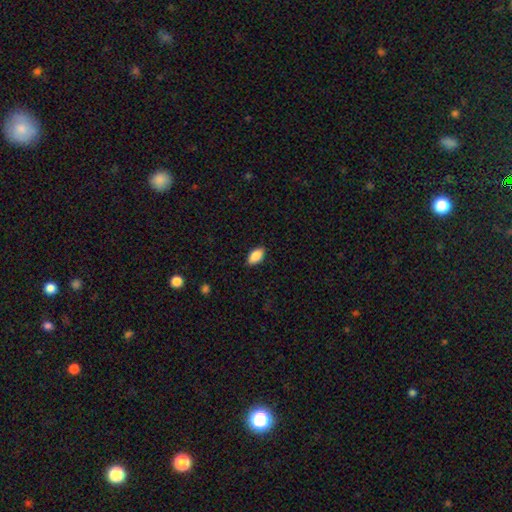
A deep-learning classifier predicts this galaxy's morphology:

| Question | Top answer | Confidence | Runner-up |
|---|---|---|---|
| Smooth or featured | smooth | 88% | star or artifact (7%) |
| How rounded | in between | 93% | cigar-shaped (4%) |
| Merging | none | 88% | minor disturbance (9%) |